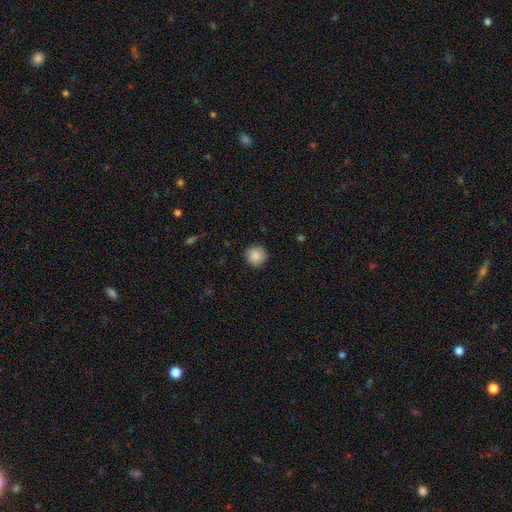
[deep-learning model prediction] A smooth galaxy with no disk features (87%) that is round (95%). Merging: none (89%).